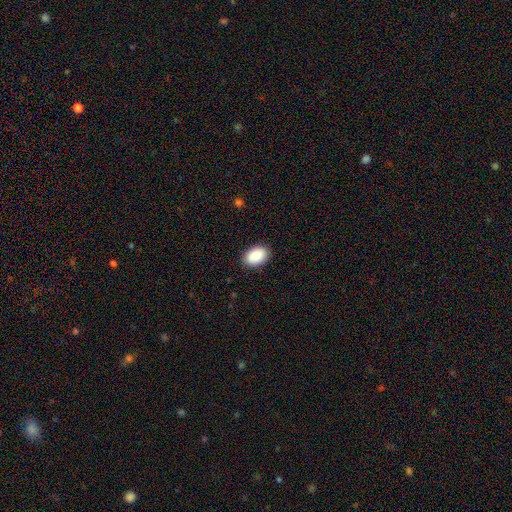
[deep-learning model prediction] A smooth galaxy with no disk features (90%) that is in between round and cigar-shaped (89%).

Vote fractions:
- Smooth or featured? smooth: 90% / star or artifact: 6% / featured or disk: 3%
- How rounded? in between: 89% / round: 9% / cigar-shaped: 1%
- Merging? none: 89% / minor disturbance: 8% / major disturbance: 2% / merger: 1%